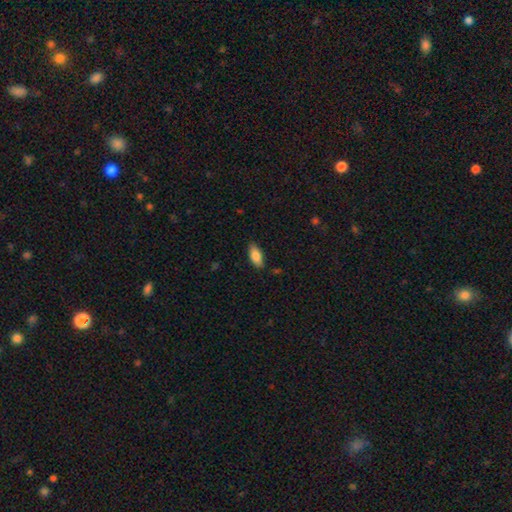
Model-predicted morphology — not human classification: smooth 86%, featured or disk 8%, star or artifact 7%. Down the decision tree: how rounded — in between (84%); merging — none (82%).